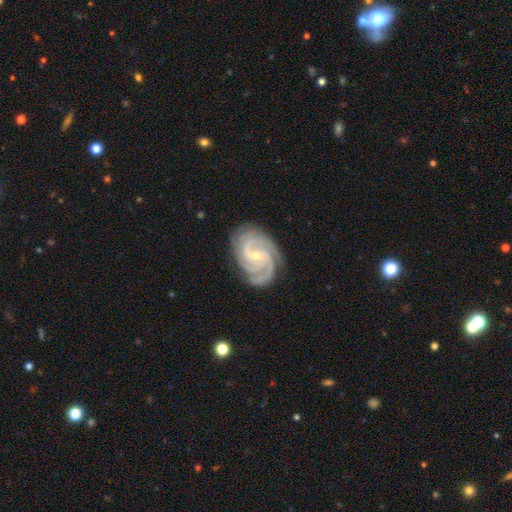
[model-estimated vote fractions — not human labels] Q: Smooth or featured?
A: featured or disk (93%); runner-up: star or artifact (4%)
Q: Edge-on disk?
A: no (98%); runner-up: yes (2%)
Q: Bar?
A: no (45%); runner-up: weak (40%)
Q: Spiral arms?
A: yes (99%); runner-up: no (1%)
Q: Spiral winding?
A: tight (65%); runner-up: medium (32%)
Q: Spiral arm count?
A: 3 (53%); runner-up: 4 (19%)
Q: Bulge size?
A: small (72%); runner-up: moderate (25%)
Q: Merging?
A: none (82%); runner-up: minor disturbance (14%)